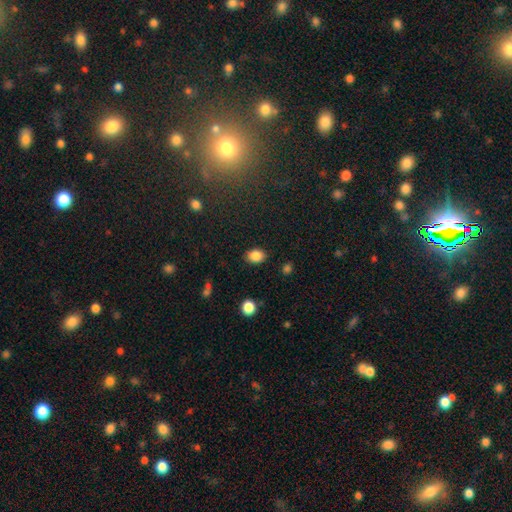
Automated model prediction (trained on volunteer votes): This appears to be a smooth galaxy with no disk features (86%) that is in between round and cigar-shaped (68%). Merging: none (85%).